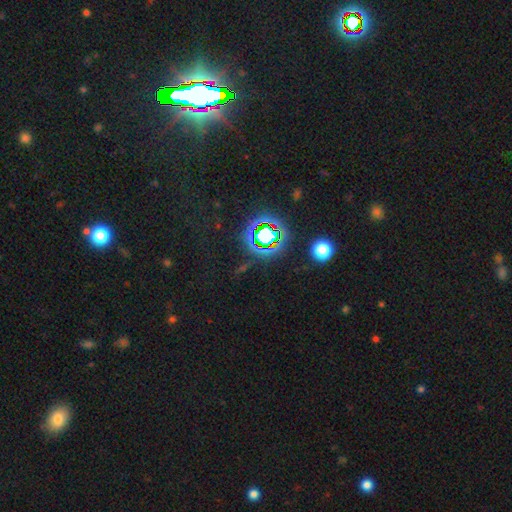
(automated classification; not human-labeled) This is clearly a star or artifact rather than a galaxy (81%).